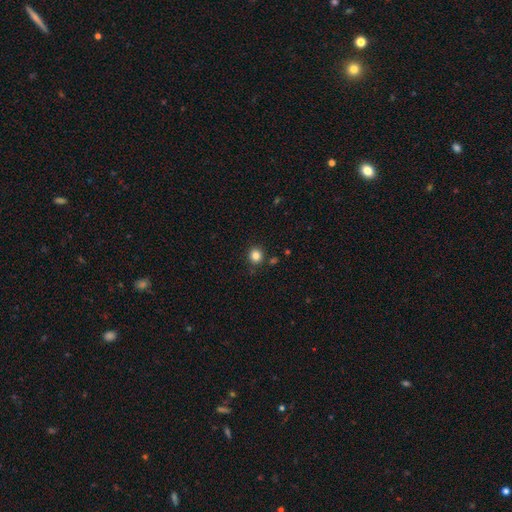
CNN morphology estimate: smooth-or-featured: smooth: 84% | star or artifact: 12% | featured or disk: 5%
  how-rounded: round: 88% | in between: 11% | cigar-shaped: 1%
  merging: none: 87% | minor disturbance: 7% | merger: 3% | major disturbance: 2%